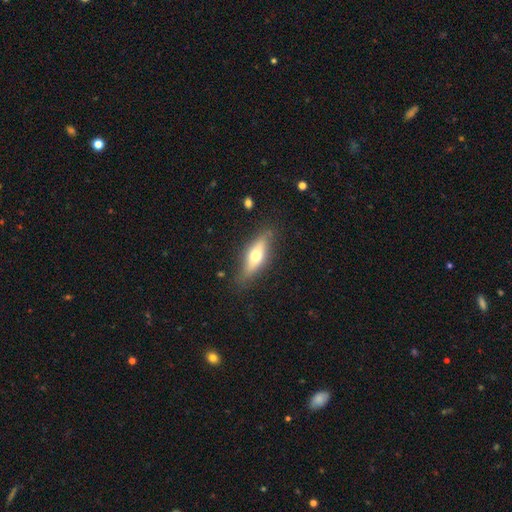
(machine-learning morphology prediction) This is possibly a smooth galaxy (54%). How rounded: possibly in between (53%). Merging: likely none (80%).